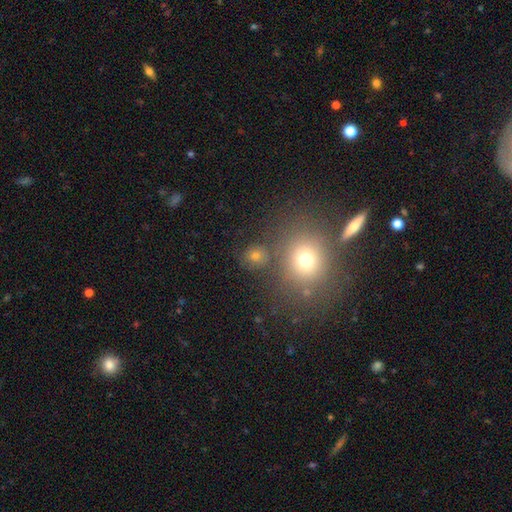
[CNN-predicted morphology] Smooth or featured? Predicted: smooth (p=0.69). How rounded? Predicted: round (p=0.78). Merging? Predicted: none (p=0.77).